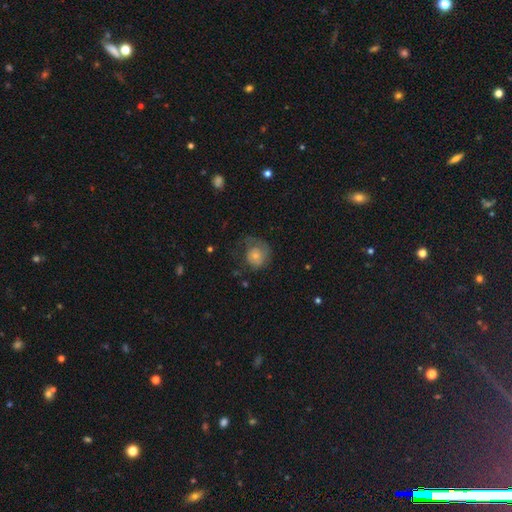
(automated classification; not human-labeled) smooth_or_featured: smooth (p=0.63) [alt: featured or disk p=0.29]
how_rounded: round (p=0.78) [alt: in between p=0.21]
merging: none (p=0.41) [alt: major disturbance p=0.31]